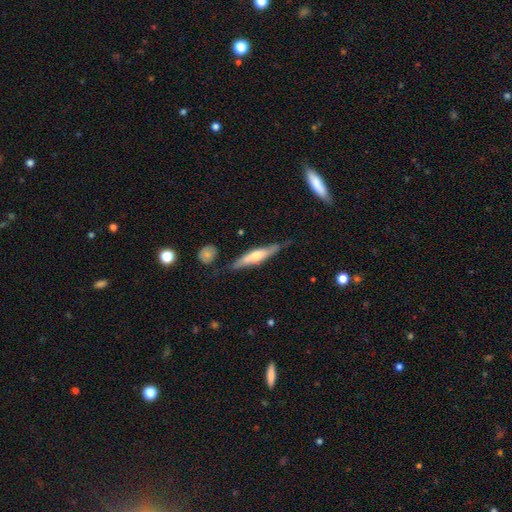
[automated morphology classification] This is possibly a featured or disk galaxy (56%). It is clearly viewed edge-on (88%). Merging: likely none (72%).